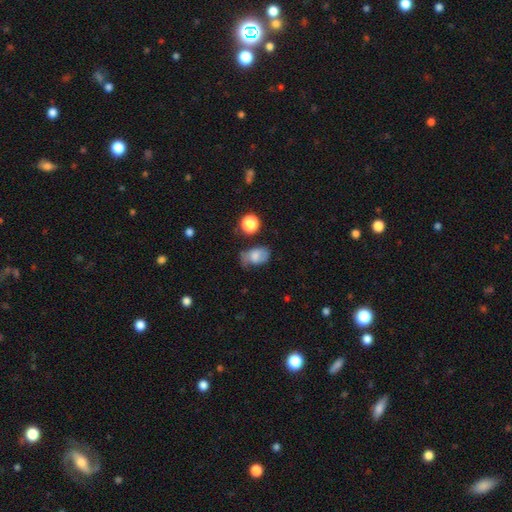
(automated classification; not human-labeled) This appears to be a smooth galaxy with no disk features (67%) that is in between round and cigar-shaped (80%). Merging: none (42%).